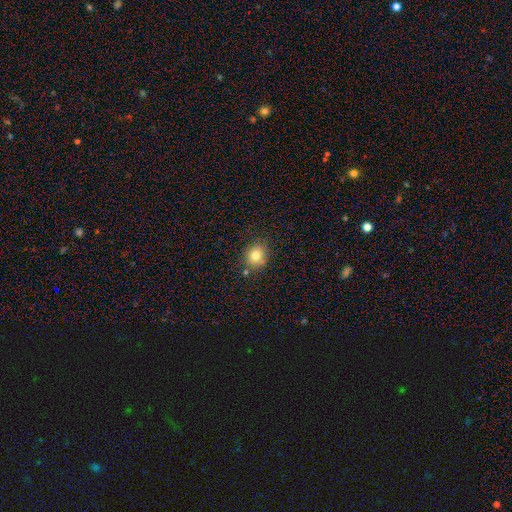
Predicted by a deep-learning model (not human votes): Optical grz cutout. It shows a smooth galaxy with no disk features (79%) that is round (72%). Merging: none (79%).